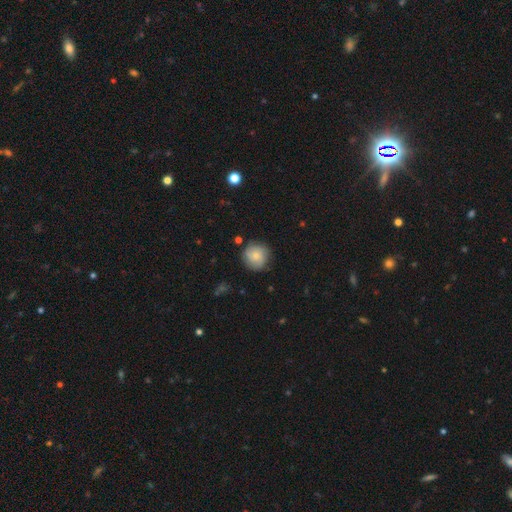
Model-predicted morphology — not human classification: smooth-or-featured: smooth: 66% | featured or disk: 26% | star or artifact: 8%
  how-rounded: round: 92% | in between: 7% | cigar-shaped: 1%
  merging: none: 81% | minor disturbance: 14% | major disturbance: 4% | merger: 2%